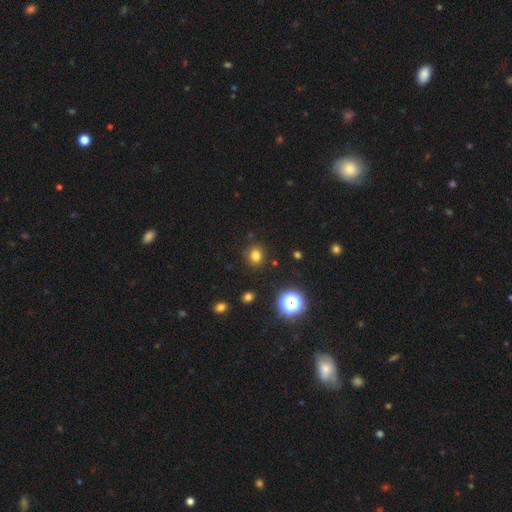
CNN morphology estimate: smooth-or-featured: smooth: 78% | star or artifact: 16% | featured or disk: 6%
  how-rounded: round: 77% | in between: 22% | cigar-shaped: 1%
  merging: none: 88% | minor disturbance: 8% | major disturbance: 3% | merger: 2%